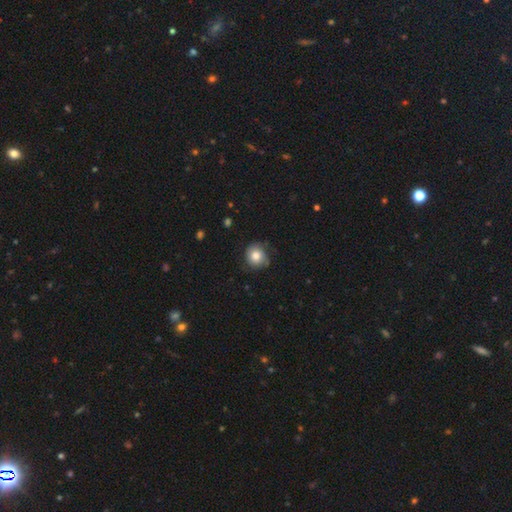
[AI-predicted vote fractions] smooth-or-featured: smooth: 73% | featured or disk: 19% | star or artifact: 8%
  how-rounded: round: 84% | in between: 15% | cigar-shaped: 1%
  merging: none: 68% | minor disturbance: 24% | major disturbance: 7% | merger: 1%